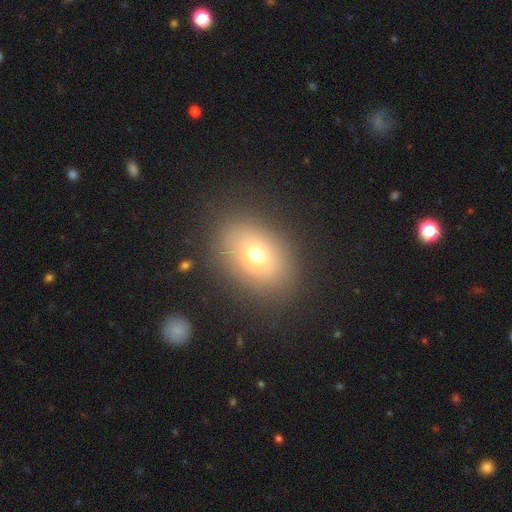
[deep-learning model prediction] Morphology: type=smooth (68%); roundness=in between (72%); merging=none (82%).